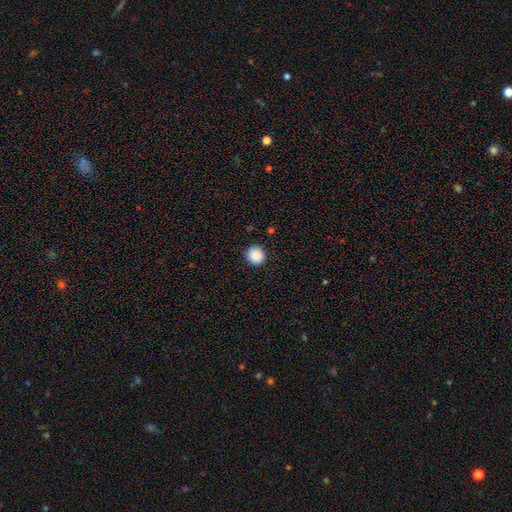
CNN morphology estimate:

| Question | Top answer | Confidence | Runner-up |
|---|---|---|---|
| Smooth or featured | smooth | 89% | star or artifact (9%) |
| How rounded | round | 94% | in between (6%) |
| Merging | none | 91% | minor disturbance (6%) |